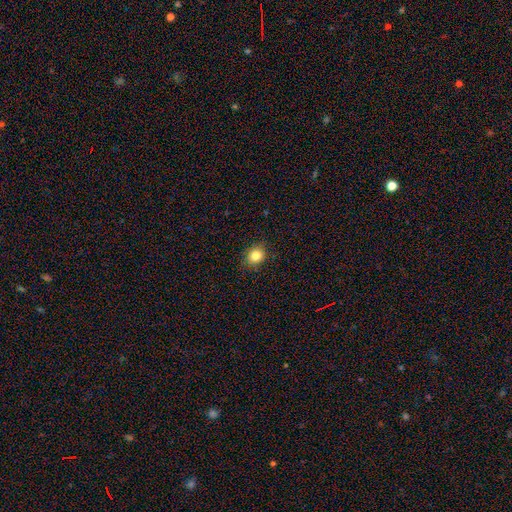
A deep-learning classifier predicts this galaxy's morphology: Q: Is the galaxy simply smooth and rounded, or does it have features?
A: smooth — 83%.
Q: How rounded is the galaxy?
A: round — 67%.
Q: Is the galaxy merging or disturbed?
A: none — 87%.